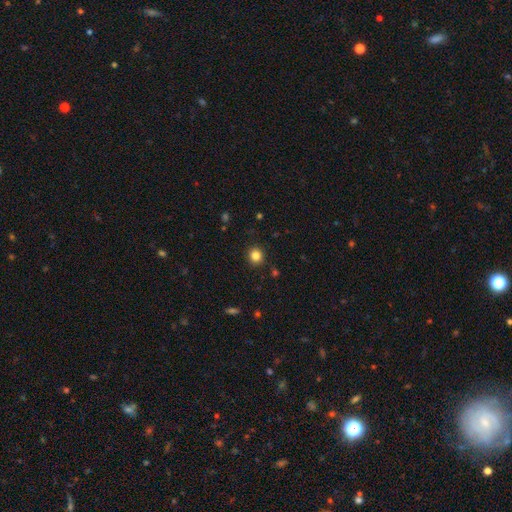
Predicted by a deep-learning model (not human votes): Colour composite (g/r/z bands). It shows a smooth galaxy with no disk features (83%) that is round (90%). Merging: none (91%).